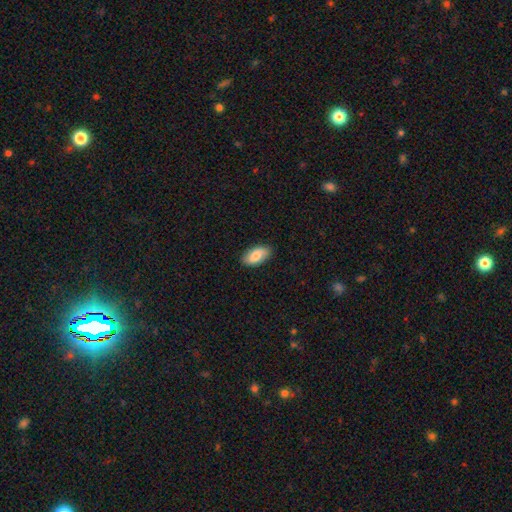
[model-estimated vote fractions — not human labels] A smooth galaxy with no disk features (81%) that is in between round and cigar-shaped (93%). Merging: none (87%).